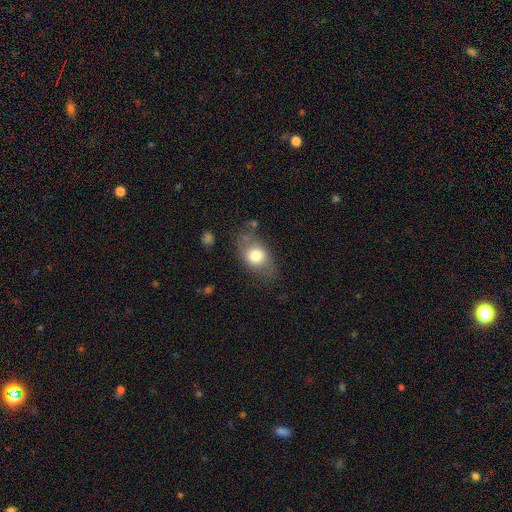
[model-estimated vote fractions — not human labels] This appears to be a smooth galaxy with no disk features (71%) that is in between round and cigar-shaped (74%). Merging: none (66%).